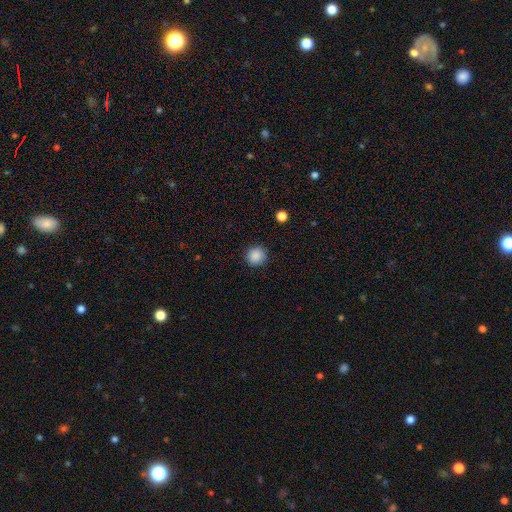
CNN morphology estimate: A smooth galaxy with no disk features (87%) that is round (93%).

Vote fractions:
- Smooth or featured? smooth: 87% / star or artifact: 9% / featured or disk: 3%
- How rounded? round: 93% / in between: 6% / cigar-shaped: 1%
- Merging? none: 89% / minor disturbance: 8% / major disturbance: 2% / merger: 1%